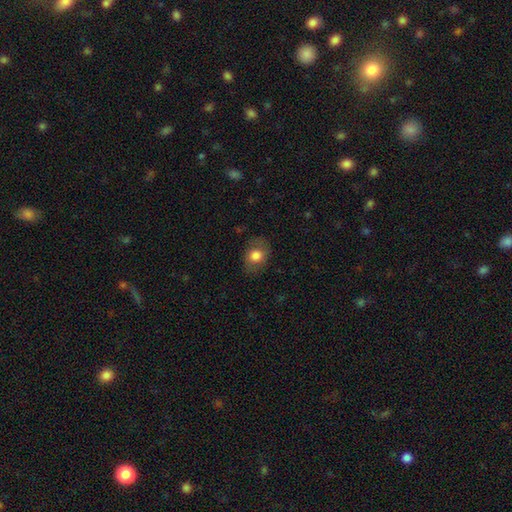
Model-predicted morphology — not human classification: smooth_or_featured: smooth (p=0.78) [alt: featured or disk p=0.14]
how_rounded: in between (p=0.57) [alt: round p=0.42]
merging: none (p=0.78) [alt: minor disturbance p=0.15]